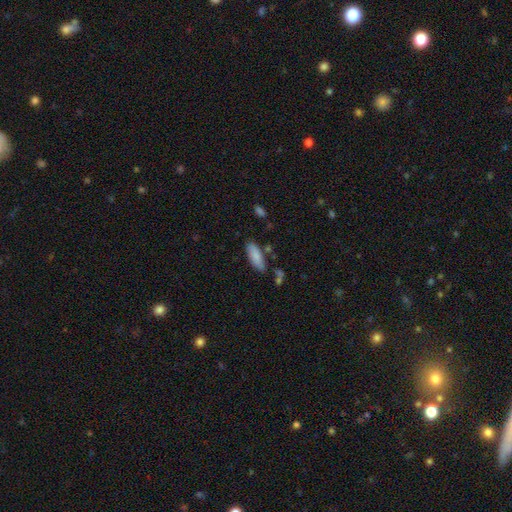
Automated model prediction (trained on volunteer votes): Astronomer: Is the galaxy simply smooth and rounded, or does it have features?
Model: smooth — 84%.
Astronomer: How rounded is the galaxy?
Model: in between — 71%.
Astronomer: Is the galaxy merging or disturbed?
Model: none — 70%.